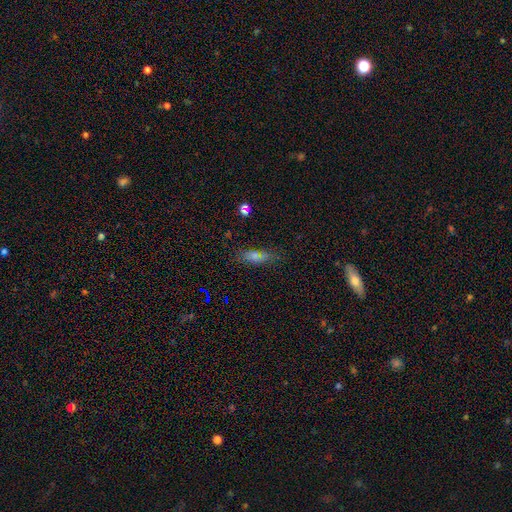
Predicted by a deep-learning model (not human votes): smooth-or-featured: smooth: 58% | star or artifact: 21% | featured or disk: 20%
  how-rounded: in between: 54% | cigar-shaped: 41% | round: 5%
  merging: none: 74% | minor disturbance: 17% | major disturbance: 5% | merger: 4%